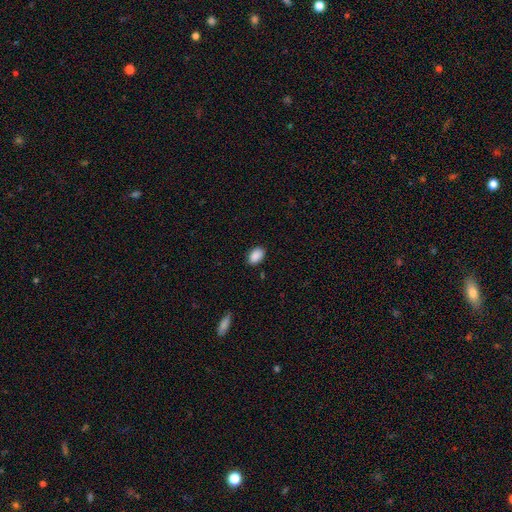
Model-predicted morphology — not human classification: Overall: smooth (89%). How rounded: in between (88%). Merging: none (85%).